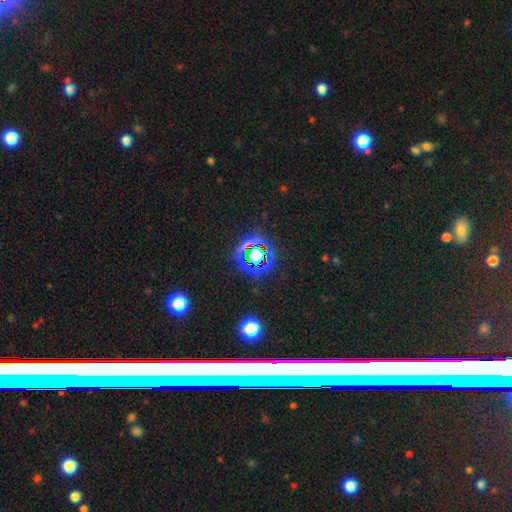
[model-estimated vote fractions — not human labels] Overall: star or artifact (67%).